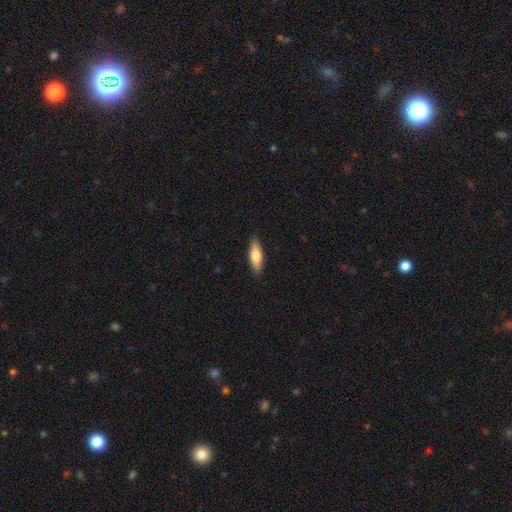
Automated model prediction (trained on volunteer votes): Morphology: type=smooth (70%); roundness=in between (54%); merging=none (88%).